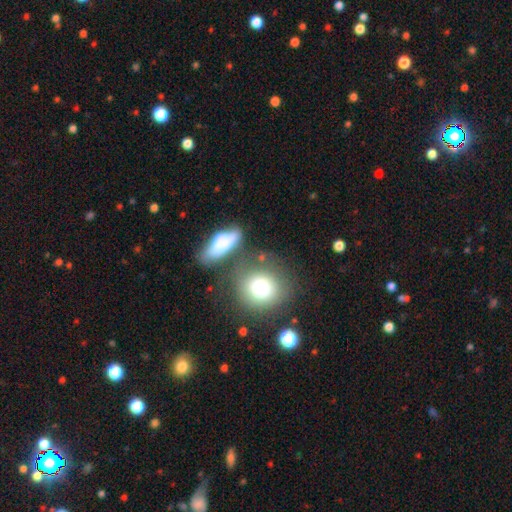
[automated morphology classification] Smooth or featured: smooth — 55% (star or artifact — 24%)
How rounded: round — 55% (in between — 38%)
Merging: none — 68% (merger — 19%)